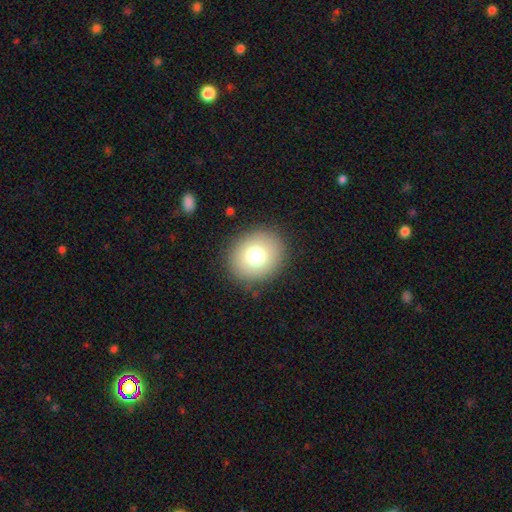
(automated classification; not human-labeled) This is likely a smooth galaxy (76%). How rounded: likely round (73%). Merging: clearly none (88%).